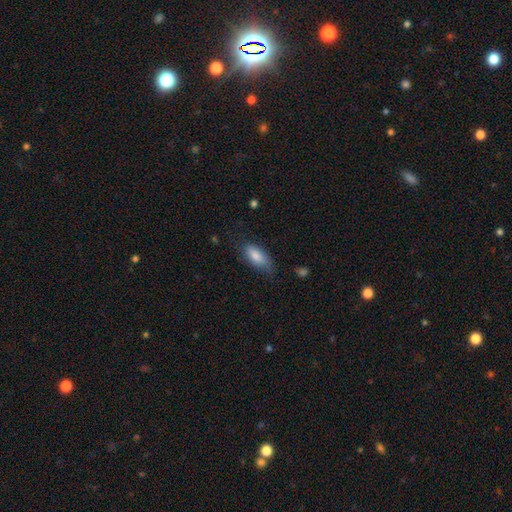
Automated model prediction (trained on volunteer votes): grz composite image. It shows a smooth galaxy with no disk features (81%) that is in between round and cigar-shaped (82%). Merging: none (64%).